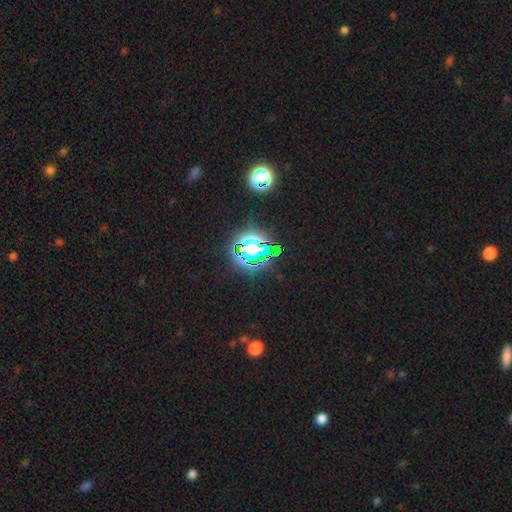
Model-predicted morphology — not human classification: Smooth or featured: star or artifact — 67% (smooth — 22%)